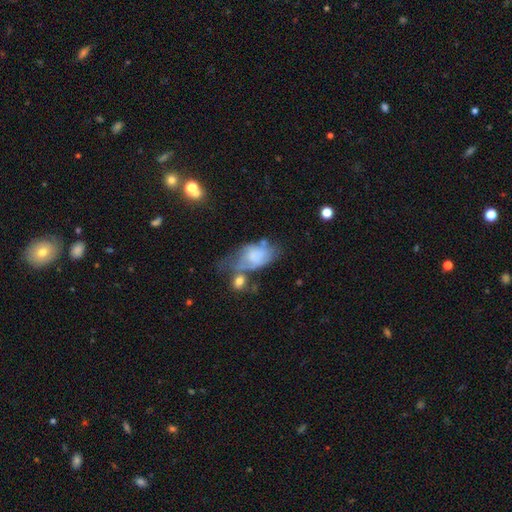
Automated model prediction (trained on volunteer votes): Smooth or featured? Predicted: smooth (p=0.56). How rounded? Predicted: in between (p=0.89). Merging? Predicted: major disturbance (p=0.29).